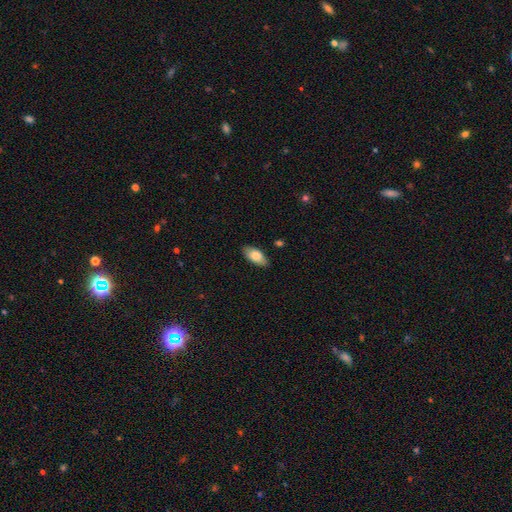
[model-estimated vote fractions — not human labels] Q: Smooth or featured?
A: smooth (81%); runner-up: featured or disk (13%)
Q: How rounded?
A: in between (92%); runner-up: cigar-shaped (6%)
Q: Merging?
A: none (85%); runner-up: minor disturbance (11%)